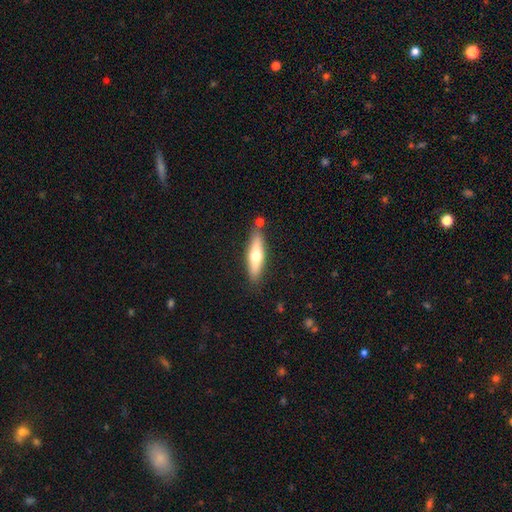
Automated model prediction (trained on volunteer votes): A smooth galaxy with no disk features (54%) that is cigar-shaped (70%).

Vote fractions:
- Smooth or featured? smooth: 54% / featured or disk: 40% / star or artifact: 6%
- How rounded? cigar-shaped: 70% / in between: 28% / round: 2%
- Merging? none: 78% / minor disturbance: 12% / merger: 7% / major disturbance: 3%